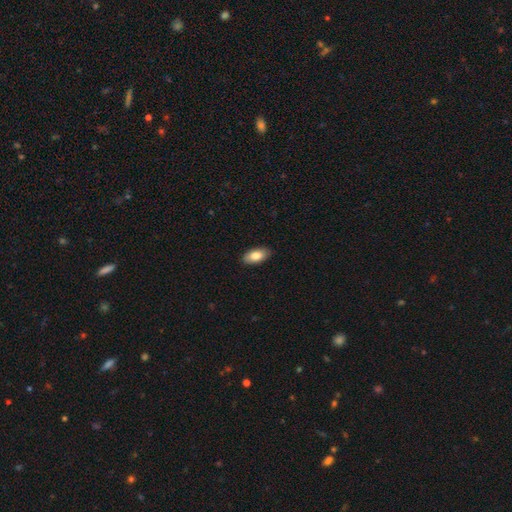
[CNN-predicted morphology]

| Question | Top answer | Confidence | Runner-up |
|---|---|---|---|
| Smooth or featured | smooth | 82% | featured or disk (12%) |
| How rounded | in between | 92% | cigar-shaped (6%) |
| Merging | none | 88% | minor disturbance (9%) |